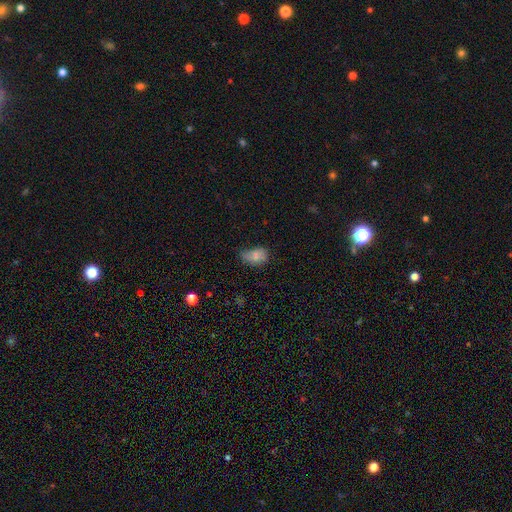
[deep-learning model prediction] Smooth or featured? smooth (77%)
How rounded? in between (84%)
Merging? none (42%)